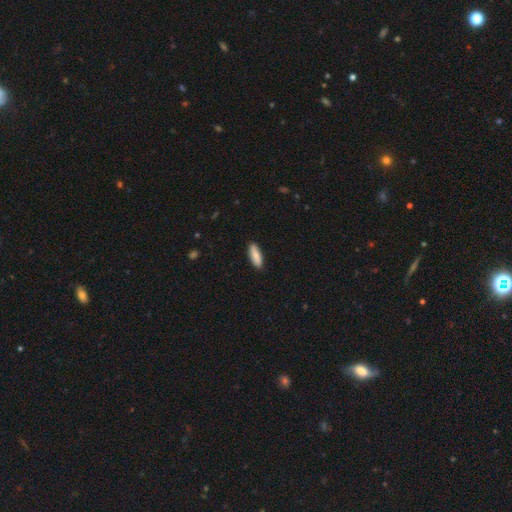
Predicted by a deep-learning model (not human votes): smooth_or_featured: smooth (p=0.86) [alt: featured or disk p=0.08]
how_rounded: in between (p=0.56) [alt: cigar-shaped p=0.43]
merging: none (p=0.89) [alt: minor disturbance p=0.08]